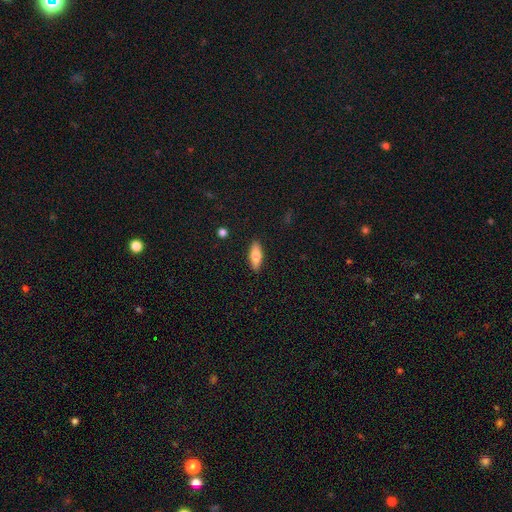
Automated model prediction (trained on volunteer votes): This appears to be a smooth galaxy with no disk features (73%) that is in between round and cigar-shaped (54%). Merging: none (89%).